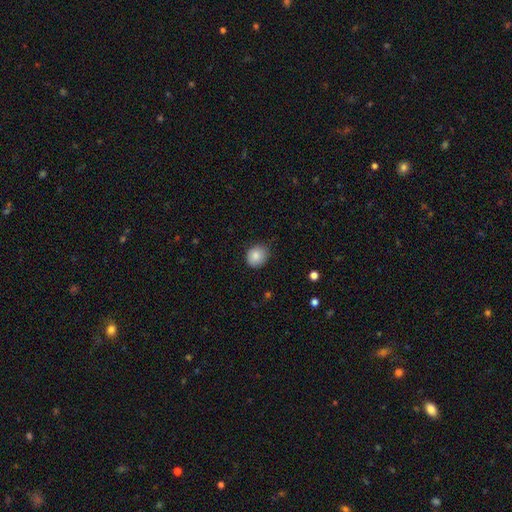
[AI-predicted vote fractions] This is clearly a smooth galaxy (85%). How rounded: likely round (64%). Merging: likely none (74%).